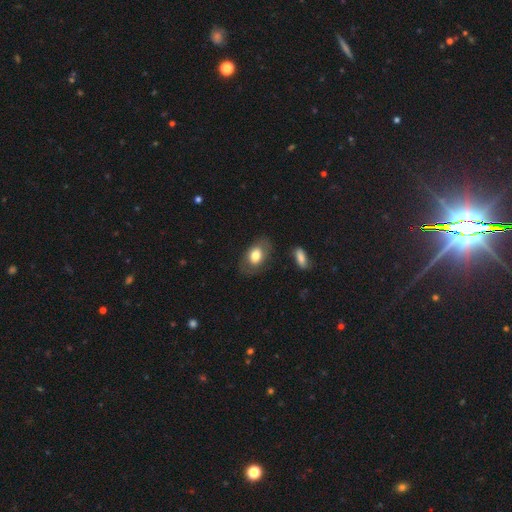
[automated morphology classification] Overall: smooth (73%). How rounded: in between (83%). Merging: none (76%).